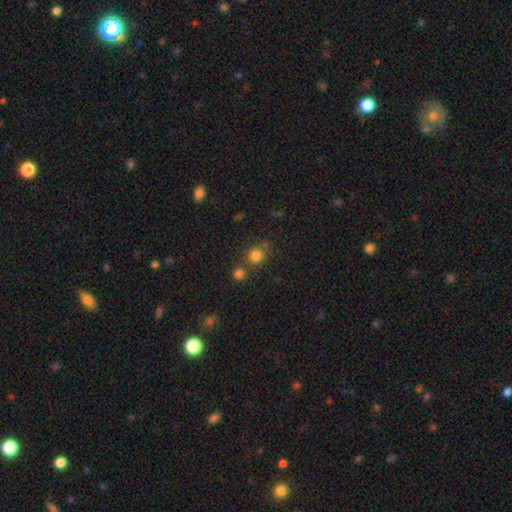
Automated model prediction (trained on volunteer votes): A smooth galaxy with no disk features (80%) that is round (76%). Merging: none (60%).